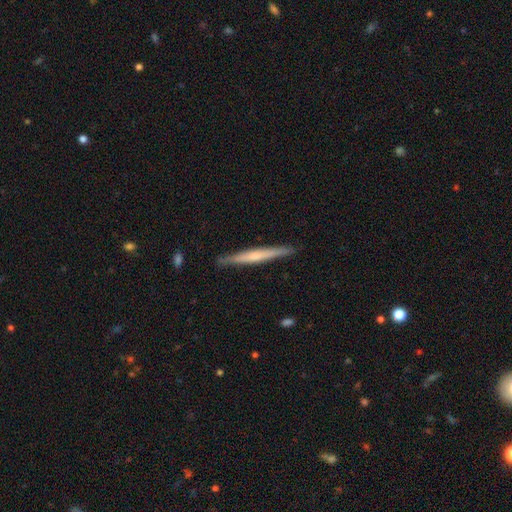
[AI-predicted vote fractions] This appears to be a featured or disk galaxy (52%) viewed edge-on (97%) with no central bulge (54%). Merging: none (89%).